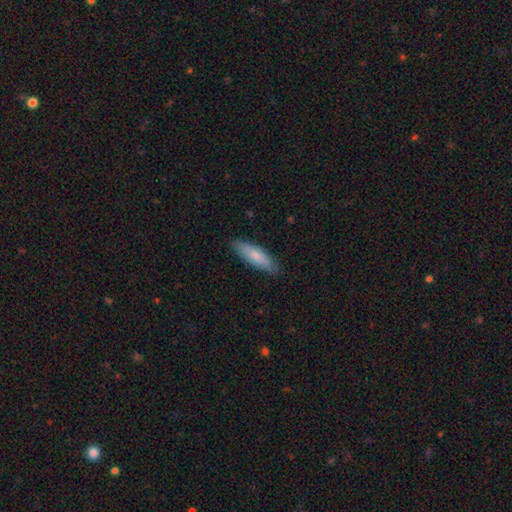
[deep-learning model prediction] A smooth galaxy with no disk features (77%) that is cigar-shaped (56%). Merging: none (85%).